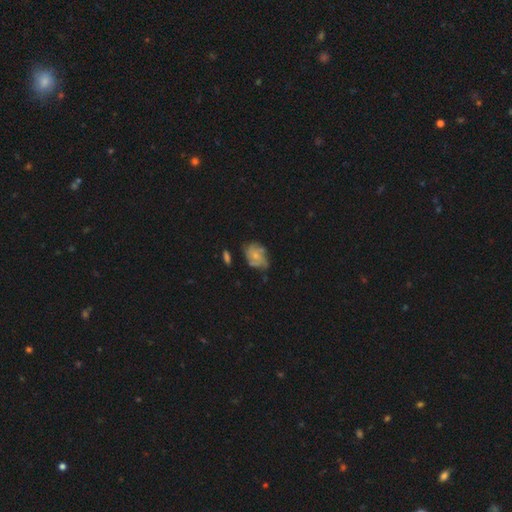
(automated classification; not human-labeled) Morphology: type=featured or disk (49%); merging=none (53%).